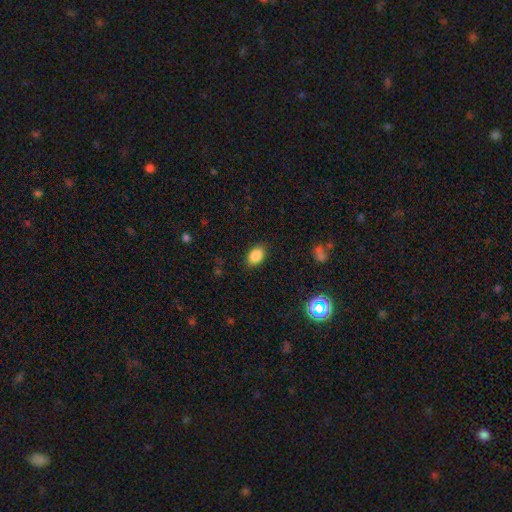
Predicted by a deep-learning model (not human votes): Smooth or featured? Predicted: smooth (p=0.86). How rounded? Predicted: in between (p=0.81). Merging? Predicted: none (p=0.85).